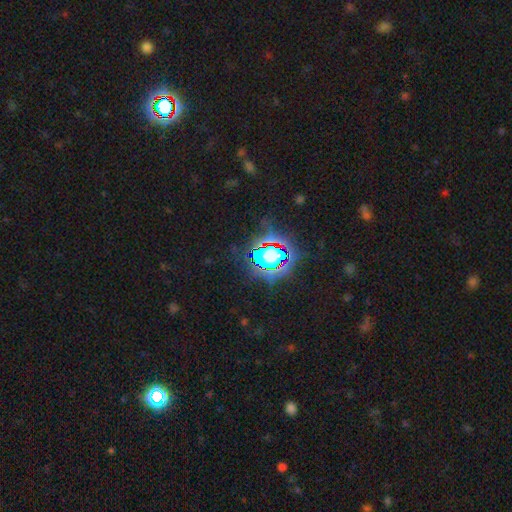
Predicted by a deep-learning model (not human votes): Smooth or featured: star or artifact — 80% (smooth — 12%)